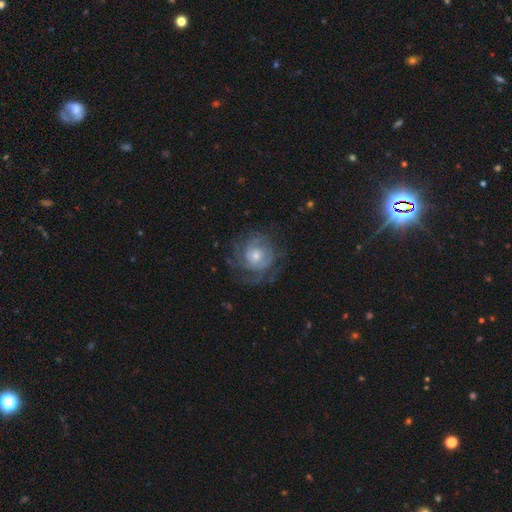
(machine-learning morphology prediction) Smooth or featured? featured or disk (75%)
Edge-on disk? no (97%)
Bar? no (77%)
Spiral arms? yes (87%)
Spiral winding? tight (65%)
Spiral arm count? can't tell (46%)
Bulge size? moderate (51%)
Merging? none (69%)